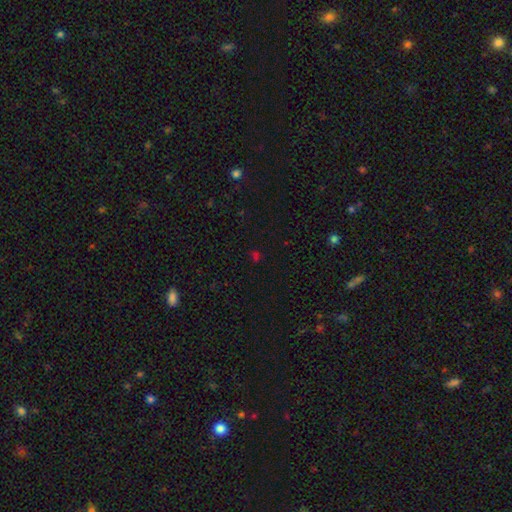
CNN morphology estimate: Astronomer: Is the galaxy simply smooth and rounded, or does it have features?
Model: star or artifact — 56% (runner-up: smooth, 36%).